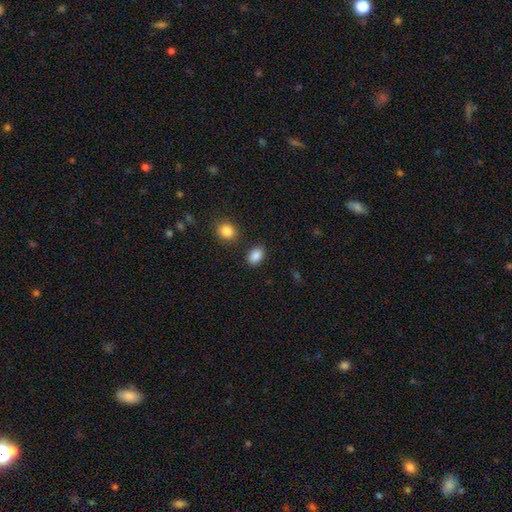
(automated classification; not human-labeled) Smooth or featured? smooth (88%)
How rounded? in between (83%)
Merging? none (84%)